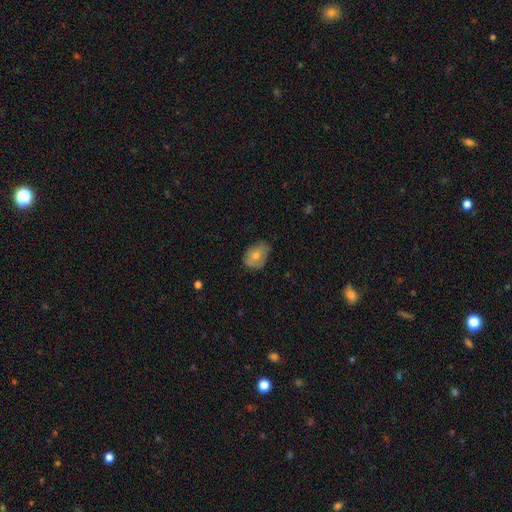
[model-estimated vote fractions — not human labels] smooth-or-featured: smooth: 61% | featured or disk: 28% | star or artifact: 10%
  how-rounded: in between: 66% | round: 33% | cigar-shaped: 1%
  merging: none: 60% | minor disturbance: 31% | major disturbance: 8% | merger: 1%